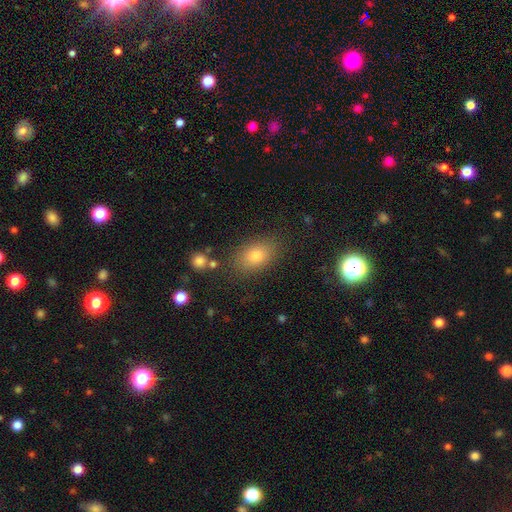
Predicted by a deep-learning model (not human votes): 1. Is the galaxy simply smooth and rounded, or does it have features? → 78% smooth, 12% star or artifact, 11% featured or disk.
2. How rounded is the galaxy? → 84% in between, 14% round, 2% cigar-shaped.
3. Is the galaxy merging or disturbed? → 81% none, 12% minor disturbance, 4% major disturbance, 3% merger.